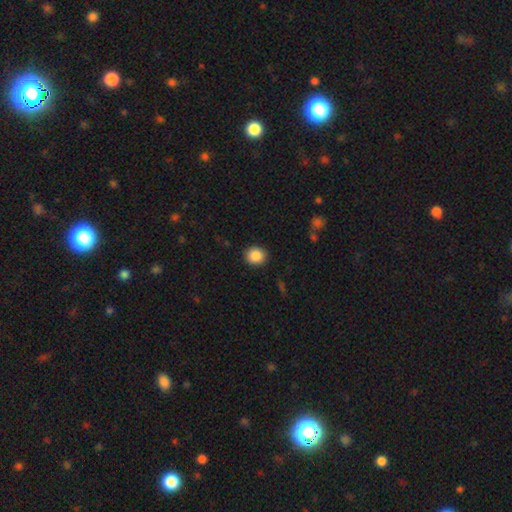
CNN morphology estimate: Q: Smooth or featured?
A: smooth (87%); runner-up: star or artifact (9%)
Q: How rounded?
A: round (82%); runner-up: in between (17%)
Q: Merging?
A: none (91%); runner-up: minor disturbance (6%)